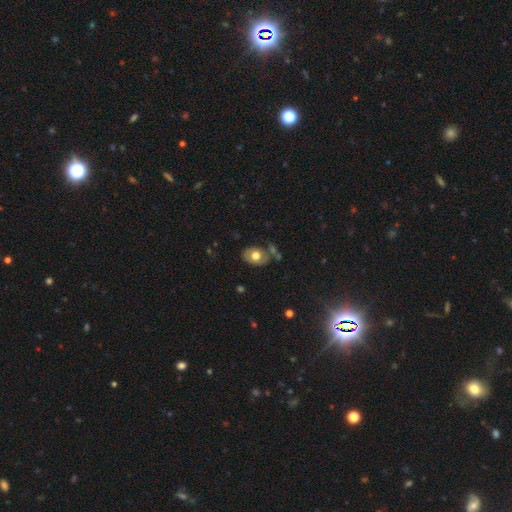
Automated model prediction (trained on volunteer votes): Smooth or featured: smooth — 61% (featured or disk — 31%)
How rounded: in between — 72% (round — 27%)
Merging: none — 62% (minor disturbance — 19%)